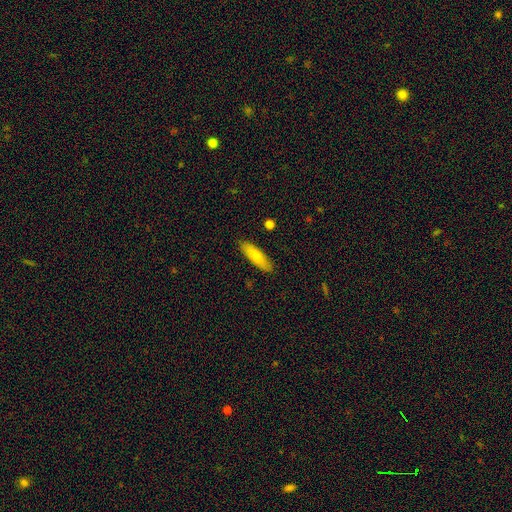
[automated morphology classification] A smooth galaxy with no disk features (77%) that is cigar-shaped (54%). Merging: none (88%).